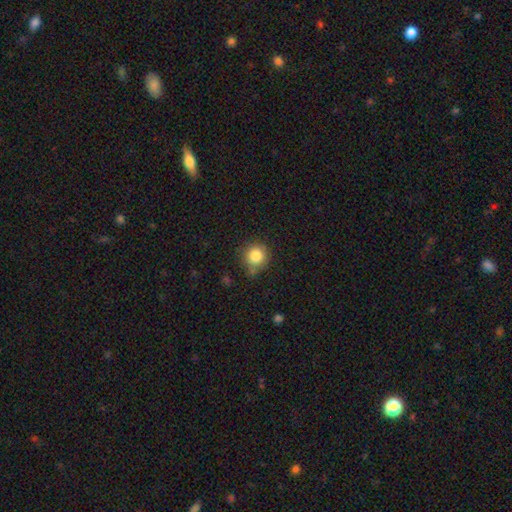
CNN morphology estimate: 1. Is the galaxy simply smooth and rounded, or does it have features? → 83% smooth, 11% star or artifact, 6% featured or disk.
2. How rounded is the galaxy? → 92% round, 7% in between, 1% cigar-shaped.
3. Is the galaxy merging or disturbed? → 76% none, 15% minor disturbance, 4% merger, 4% major disturbance.